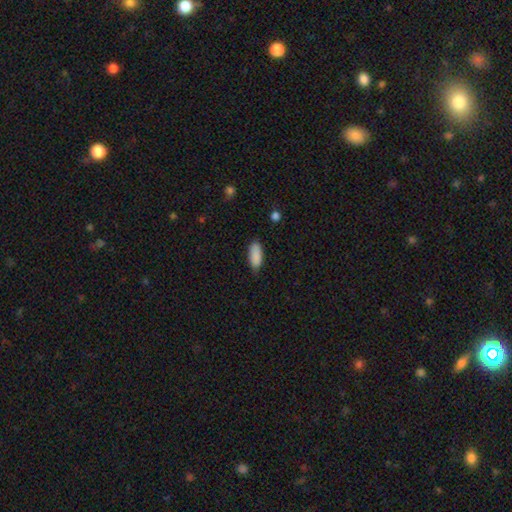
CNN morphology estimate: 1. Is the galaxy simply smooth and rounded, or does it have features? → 89% smooth, 7% star or artifact, 4% featured or disk.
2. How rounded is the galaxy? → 80% in between, 18% cigar-shaped, 2% round.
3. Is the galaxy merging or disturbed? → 77% none, 19% minor disturbance, 3% major disturbance, 1% merger.